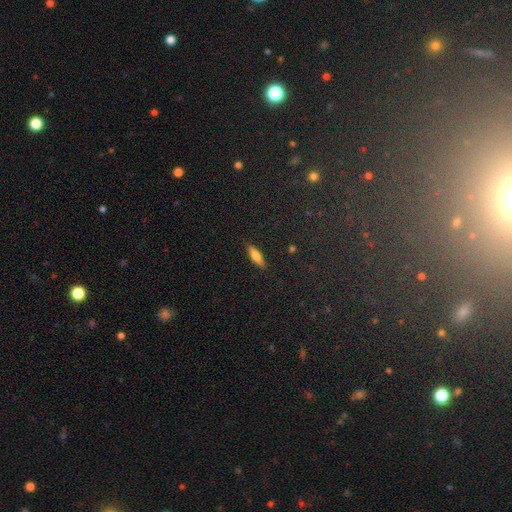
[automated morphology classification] Smooth or featured? Predicted: smooth (p=0.68). How rounded? Predicted: cigar-shaped (p=0.55). Merging? Predicted: none (p=0.88).